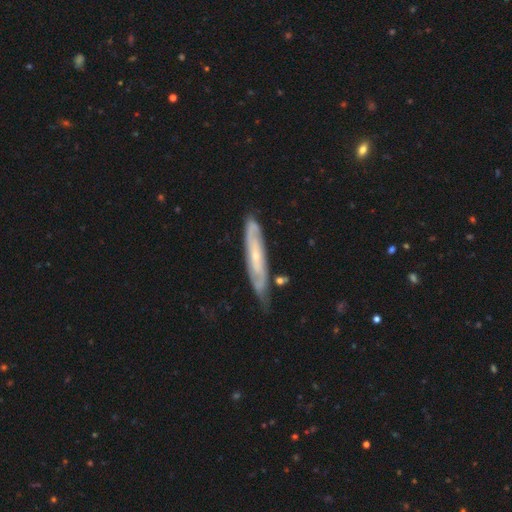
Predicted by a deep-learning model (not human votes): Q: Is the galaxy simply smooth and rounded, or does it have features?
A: featured or disk — 71%.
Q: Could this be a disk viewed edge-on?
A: no — 54%.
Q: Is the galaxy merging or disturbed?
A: none — 69%.